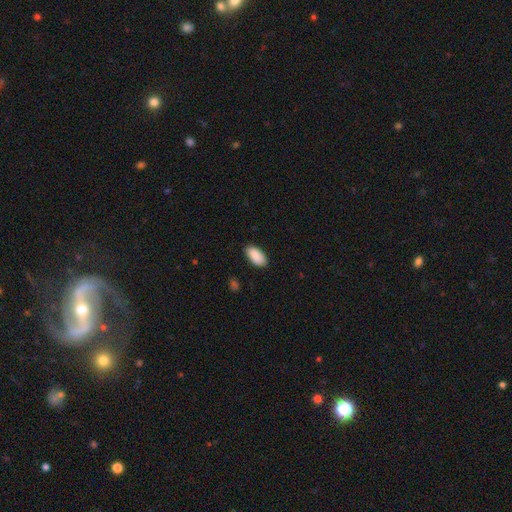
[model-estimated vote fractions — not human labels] The model was most divided on "merging": none: 85%, minor disturbance: 12%, major disturbance: 2%, merger: 1%. More confident: how rounded — in between (94%); smooth or featured — smooth (90%).